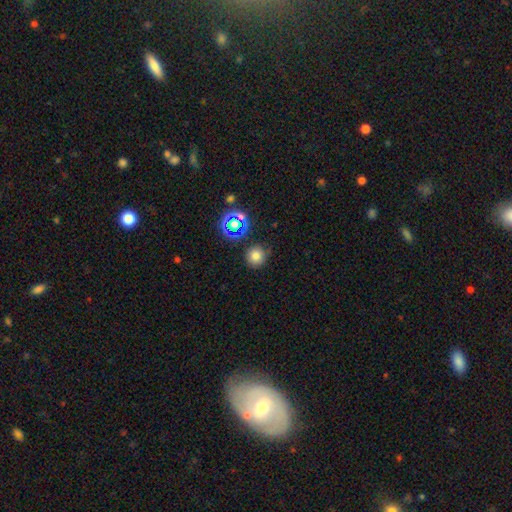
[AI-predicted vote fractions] smooth-or-featured: smooth: 75% | star or artifact: 18% | featured or disk: 7%
  how-rounded: round: 92% | in between: 7% | cigar-shaped: 1%
  merging: none: 81% | minor disturbance: 12% | major disturbance: 4% | merger: 3%